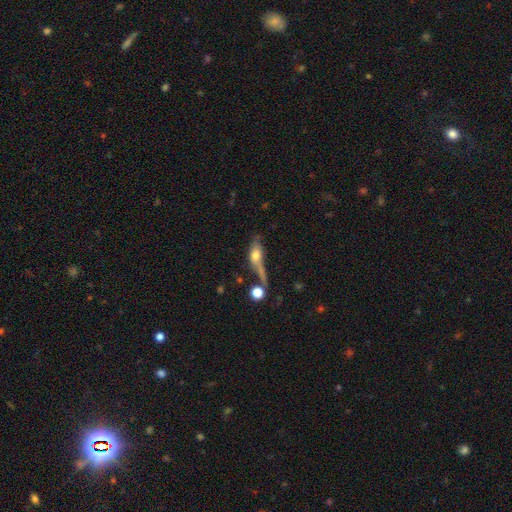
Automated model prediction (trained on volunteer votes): Smooth or featured: smooth — 53% (featured or disk — 37%)
How rounded: in between — 52% (cigar-shaped — 38%)
Merging: none — 34% (merger — 24%)